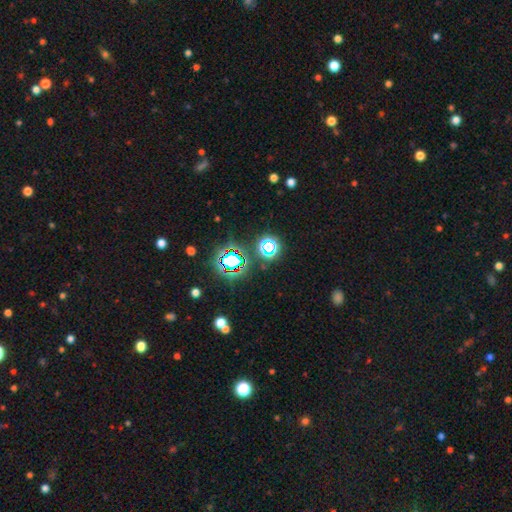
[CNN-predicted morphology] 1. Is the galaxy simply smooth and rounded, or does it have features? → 65% star or artifact, 26% smooth, 9% featured or disk.